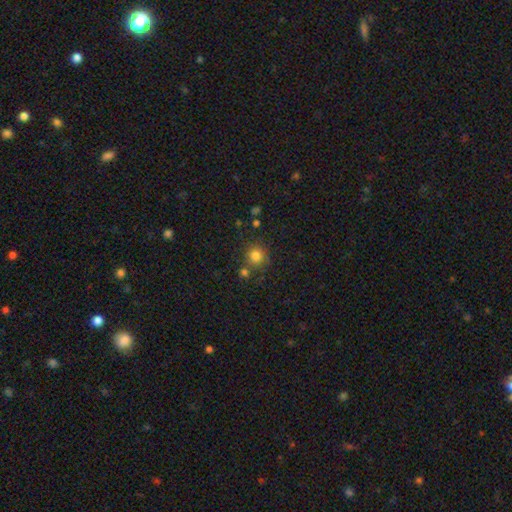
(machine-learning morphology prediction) smooth-or-featured: smooth: 81% | star or artifact: 13% | featured or disk: 7%
  how-rounded: round: 89% | in between: 10% | cigar-shaped: 1%
  merging: none: 69% | merger: 14% | minor disturbance: 13% | major disturbance: 4%